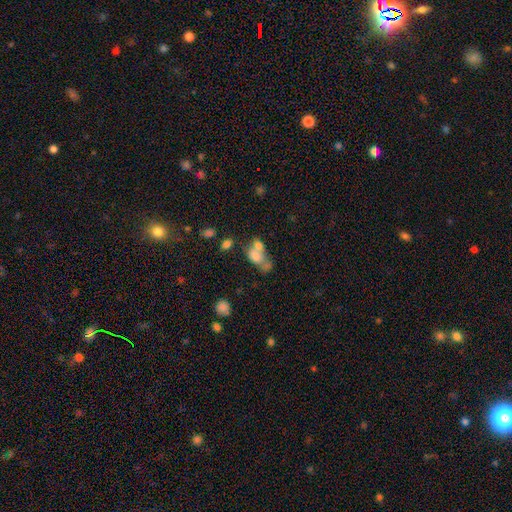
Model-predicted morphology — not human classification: smooth 68%, featured or disk 21%, star or artifact 11%. Down the decision tree: how rounded — in between (74%); merging — merger (61%).